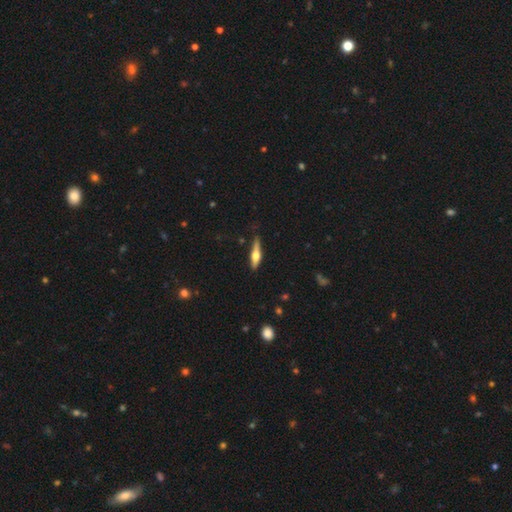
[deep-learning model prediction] Smooth or featured: featured or disk — 56% (smooth — 38%)
Edge-on disk: yes — 95% (no — 5%)
Edge-on bulge: rounded — 93% (boxy — 4%)
Merging: none — 82% (minor disturbance — 14%)